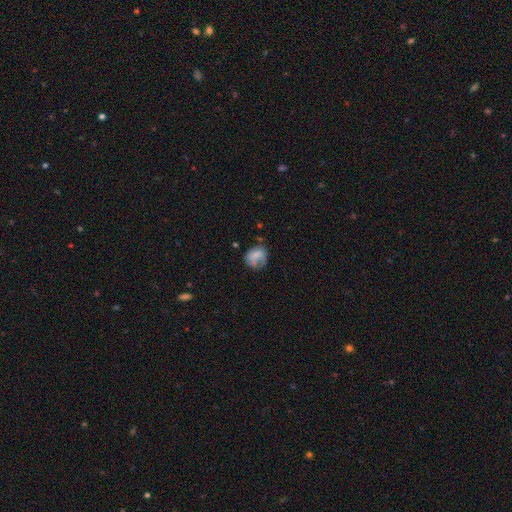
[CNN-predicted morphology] type=smooth (59%); roundness=round (63%); merging=none (47%).